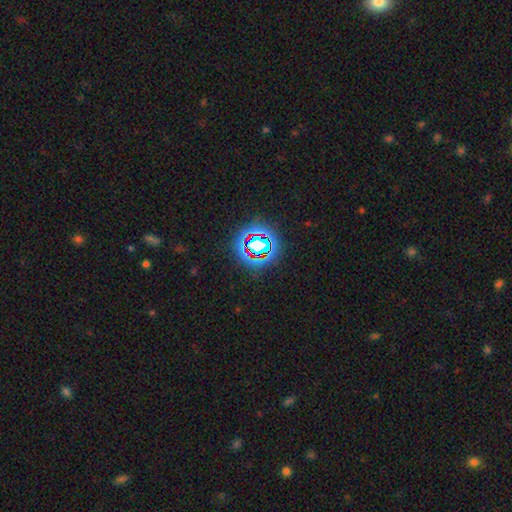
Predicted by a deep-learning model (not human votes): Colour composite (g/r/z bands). It shows a star or artifact, not a galaxy (75%).